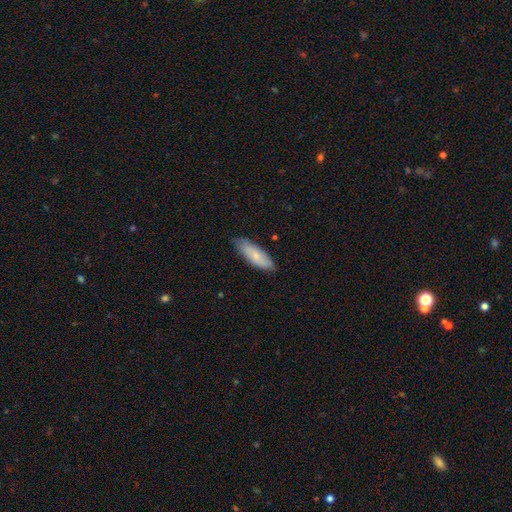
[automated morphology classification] smooth_or_featured: smooth (p=0.74) [alt: featured or disk p=0.20]
how_rounded: in between (p=0.60) [alt: cigar-shaped p=0.38]
merging: none (p=0.81) [alt: minor disturbance p=0.15]